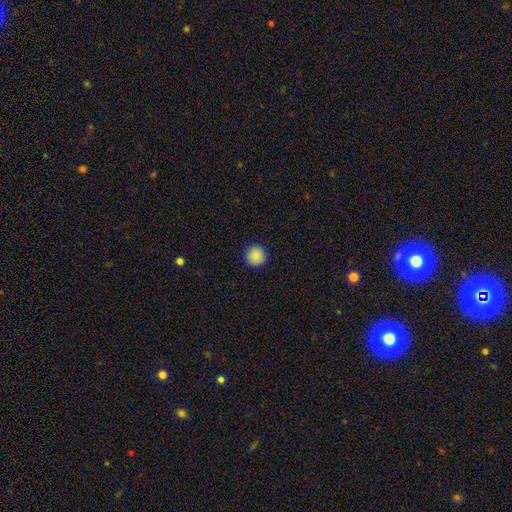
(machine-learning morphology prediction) Smooth or featured: smooth — 88% (star or artifact — 9%)
How rounded: round — 96% (in between — 3%)
Merging: none — 93% (minor disturbance — 4%)